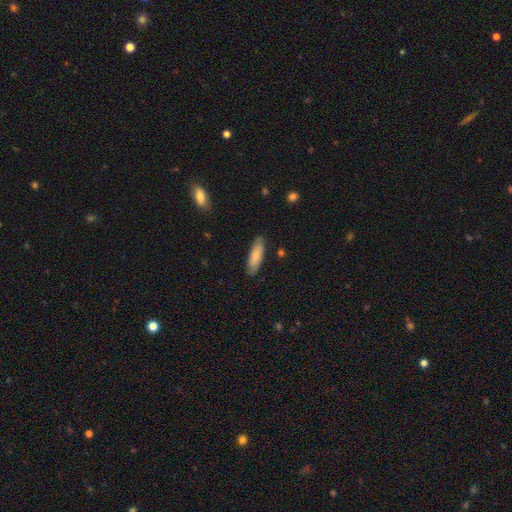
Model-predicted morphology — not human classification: This is likely a smooth galaxy (79%). How rounded: possibly cigar-shaped (52%). Merging: clearly none (83%).